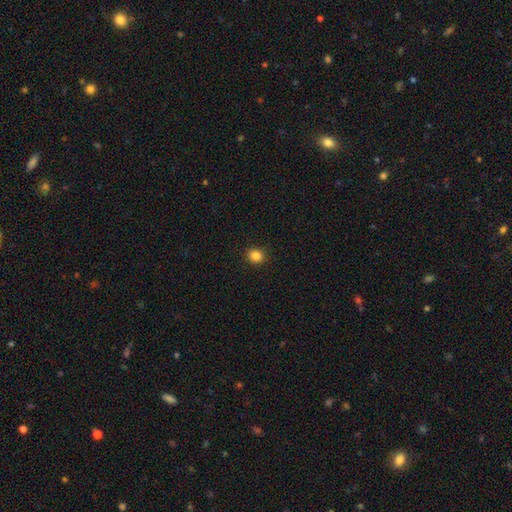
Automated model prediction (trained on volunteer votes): Smooth or featured? smooth (85%)
How rounded? round (79%)
Merging? none (92%)